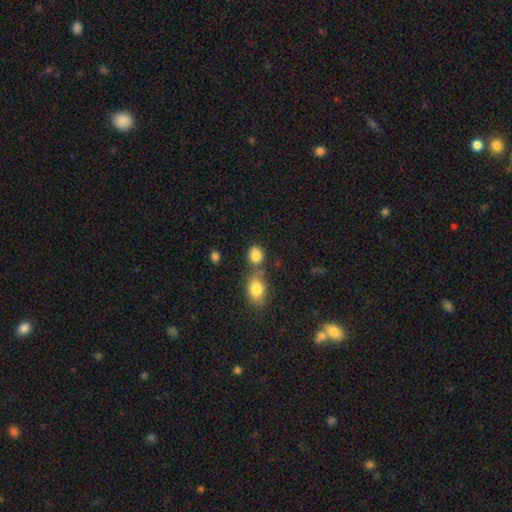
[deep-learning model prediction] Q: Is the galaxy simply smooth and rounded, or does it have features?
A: smooth — 85%.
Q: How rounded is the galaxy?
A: round — 56%.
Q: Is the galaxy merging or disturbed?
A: none — 52%.